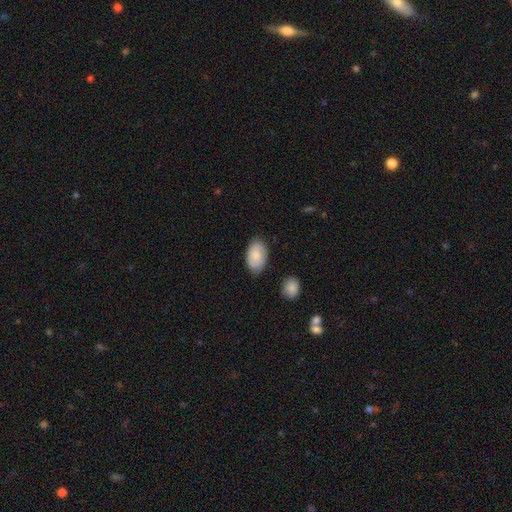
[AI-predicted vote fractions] smooth-or-featured: smooth: 83% | featured or disk: 11% | star or artifact: 6%
  how-rounded: in between: 93% | round: 5% | cigar-shaped: 1%
  merging: none: 81% | minor disturbance: 14% | major disturbance: 3% | merger: 2%